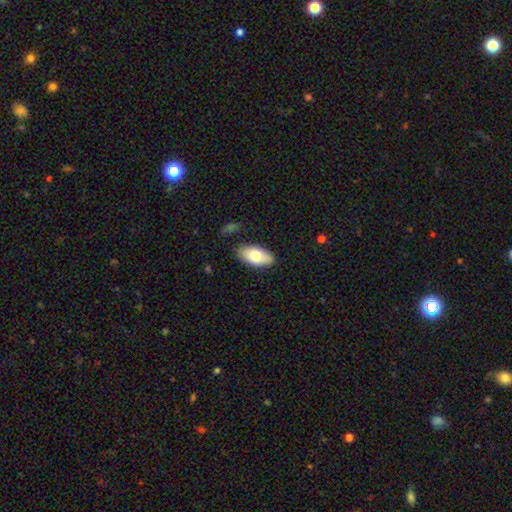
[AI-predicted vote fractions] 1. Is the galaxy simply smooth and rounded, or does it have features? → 75% smooth, 19% featured or disk, 6% star or artifact.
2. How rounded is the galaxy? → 93% in between, 4% cigar-shaped, 3% round.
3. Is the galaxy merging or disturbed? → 85% none, 11% minor disturbance, 2% major disturbance, 2% merger.